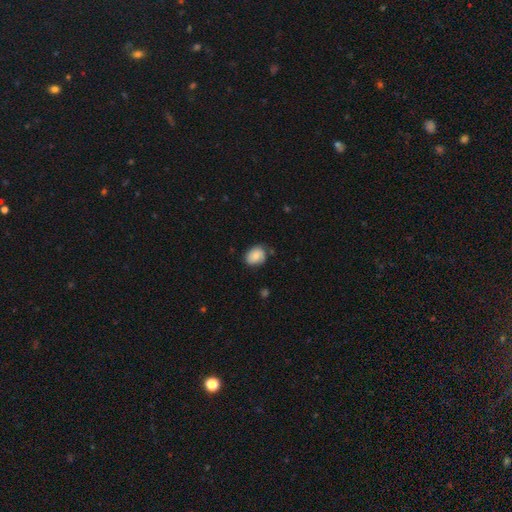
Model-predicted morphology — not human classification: Smooth or featured? smooth (75%)
How rounded? in between (56%)
Merging? none (67%)